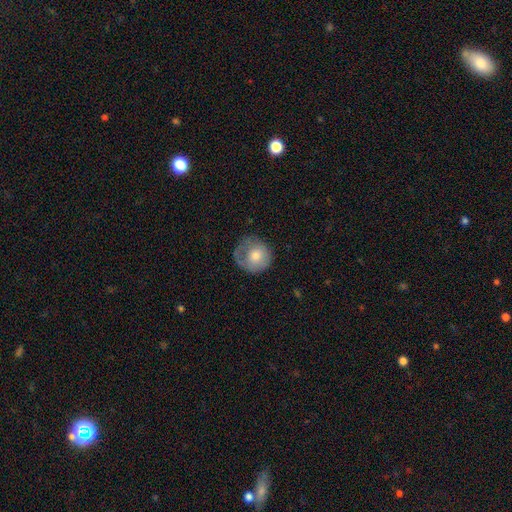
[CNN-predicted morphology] type=smooth (66%); roundness=round (88%); merging=none (58%).